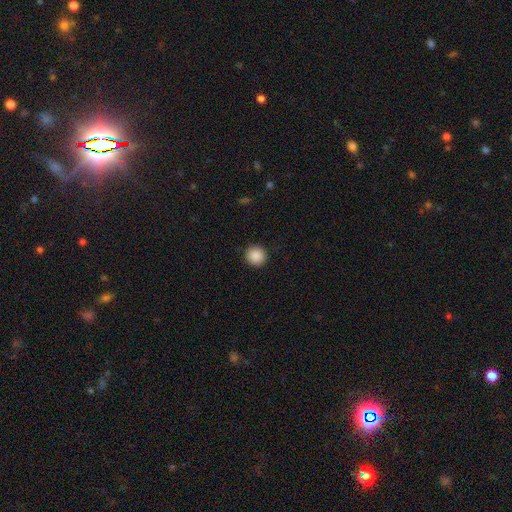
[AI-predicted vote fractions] smooth-or-featured: smooth: 89% | star or artifact: 9% | featured or disk: 3%
  how-rounded: round: 94% | in between: 5% | cigar-shaped: 1%
  merging: none: 92% | minor disturbance: 6% | major disturbance: 2% | merger: 1%